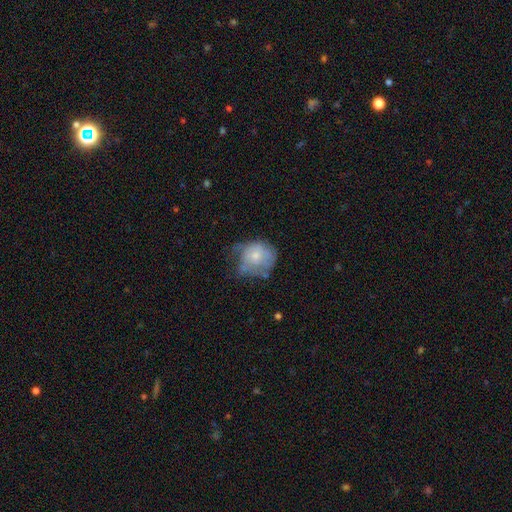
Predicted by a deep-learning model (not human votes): Smooth or featured: smooth — 58% (featured or disk — 34%)
How rounded: round — 68% (in between — 31%)
Merging: minor disturbance — 38% (none — 32%)